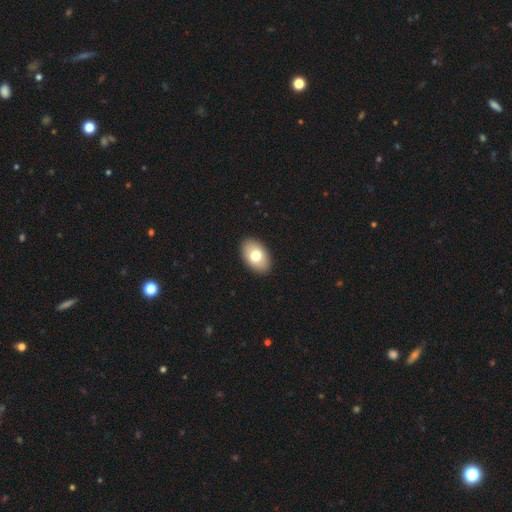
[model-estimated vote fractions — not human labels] Smooth or featured? smooth (75%)
How rounded? in between (91%)
Merging? none (91%)